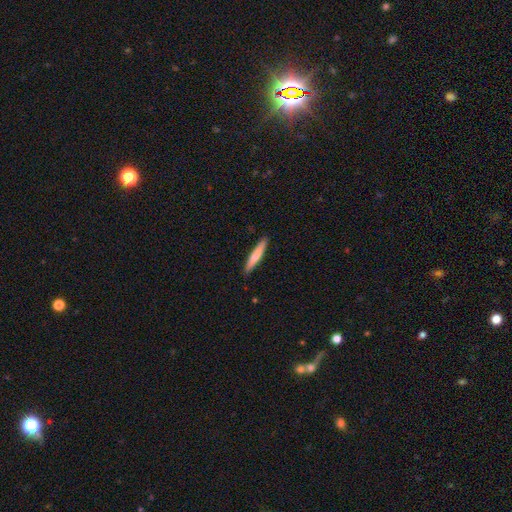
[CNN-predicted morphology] Overall: smooth (72%). How rounded: cigar-shaped (94%). Merging: none (90%).